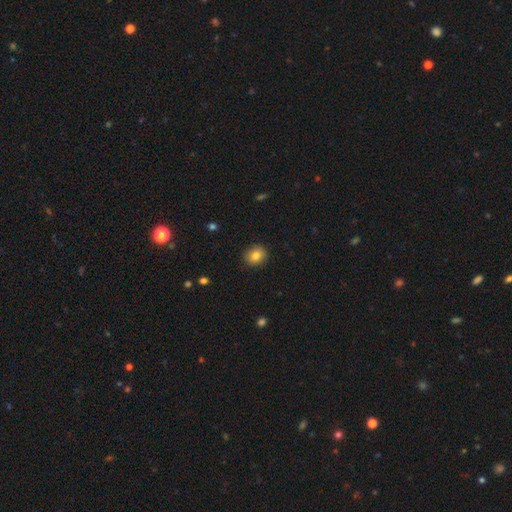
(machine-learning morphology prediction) Smooth or featured? Predicted: smooth (p=0.83). How rounded? Predicted: round (p=0.76). Merging? Predicted: none (p=0.89).